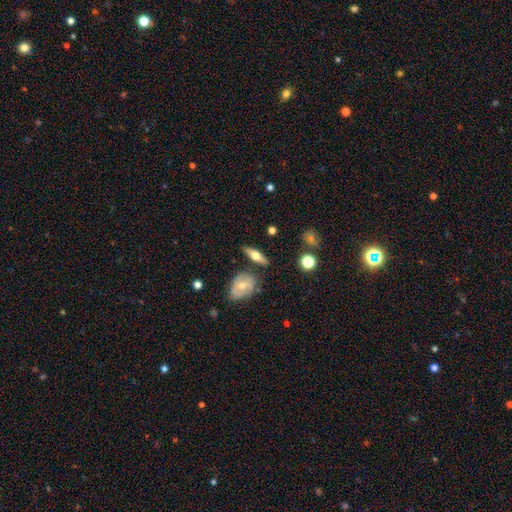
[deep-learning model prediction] Smooth or featured: featured or disk — 56% (smooth — 37%)
Edge-on disk: yes — 89% (no — 11%)
Edge-on bulge: rounded — 94% (boxy — 4%)
Merging: none — 78% (minor disturbance — 12%)